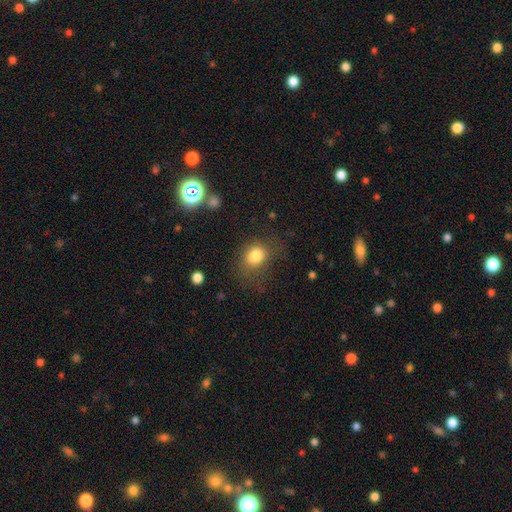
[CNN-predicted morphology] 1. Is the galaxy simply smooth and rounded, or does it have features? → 80% smooth, 11% star or artifact, 9% featured or disk.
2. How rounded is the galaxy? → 50% round, 49% in between, 1% cigar-shaped.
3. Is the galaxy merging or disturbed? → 64% none, 20% minor disturbance, 14% major disturbance, 2% merger.